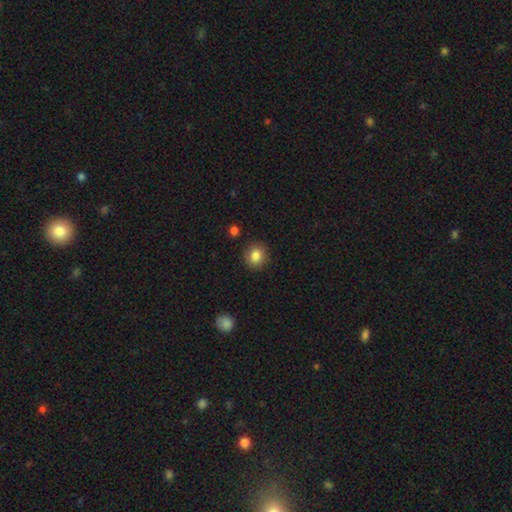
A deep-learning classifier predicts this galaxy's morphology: Smooth or featured: smooth — 84% (star or artifact — 9%)
How rounded: round — 85% (in between — 14%)
Merging: none — 88% (minor disturbance — 8%)